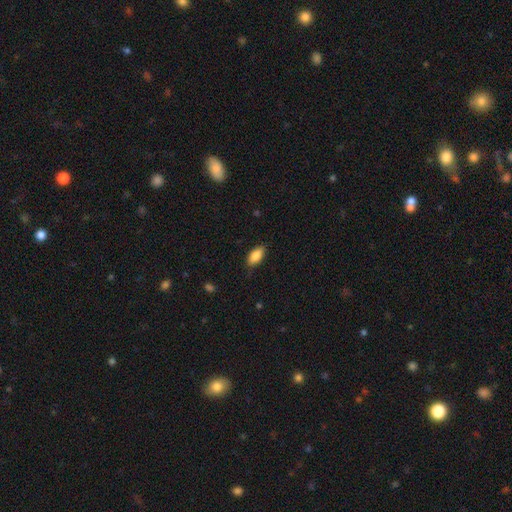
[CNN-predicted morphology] A smooth galaxy with no disk features (85%) that is in between round and cigar-shaped (89%).

Vote fractions:
- Smooth or featured? smooth: 85% / featured or disk: 8% / star or artifact: 7%
- How rounded? in between: 89% / cigar-shaped: 8% / round: 3%
- Merging? none: 79% / minor disturbance: 17% / major disturbance: 3% / merger: 1%